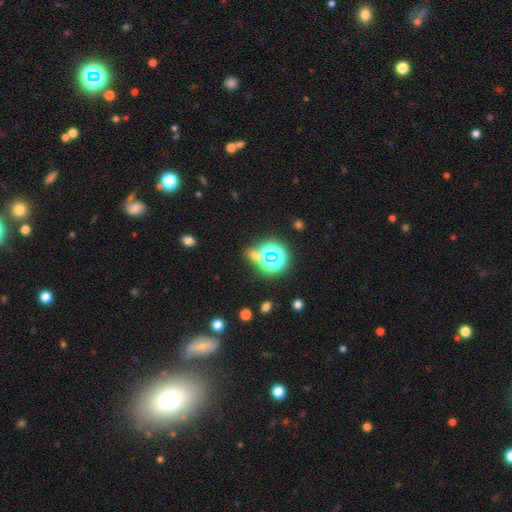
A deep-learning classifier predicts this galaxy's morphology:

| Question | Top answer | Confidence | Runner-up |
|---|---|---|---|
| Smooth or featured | star or artifact | 61% | smooth (30%) |